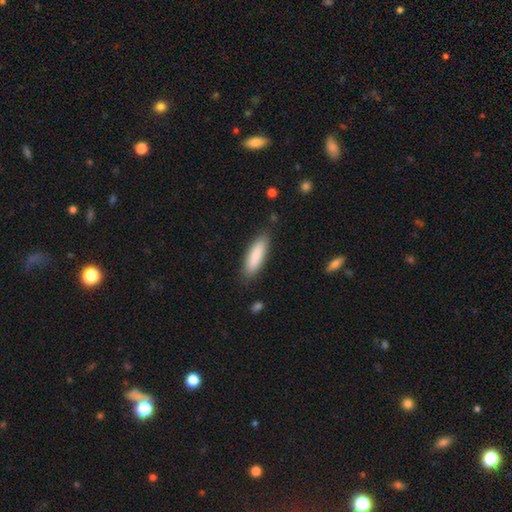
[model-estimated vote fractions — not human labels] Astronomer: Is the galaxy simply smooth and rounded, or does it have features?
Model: smooth — 87%.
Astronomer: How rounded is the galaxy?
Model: cigar-shaped — 55% (runner-up: in between, 43%).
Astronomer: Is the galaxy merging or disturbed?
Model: none — 86%.